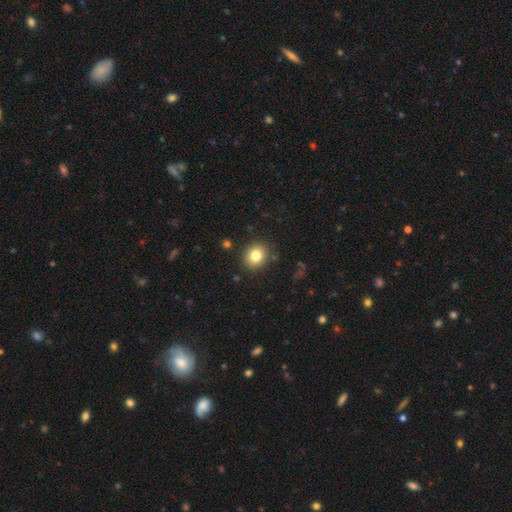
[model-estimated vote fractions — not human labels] smooth 80%, star or artifact 11%, featured or disk 9%. Down the decision tree: how rounded — round (70%); merging — none (87%).